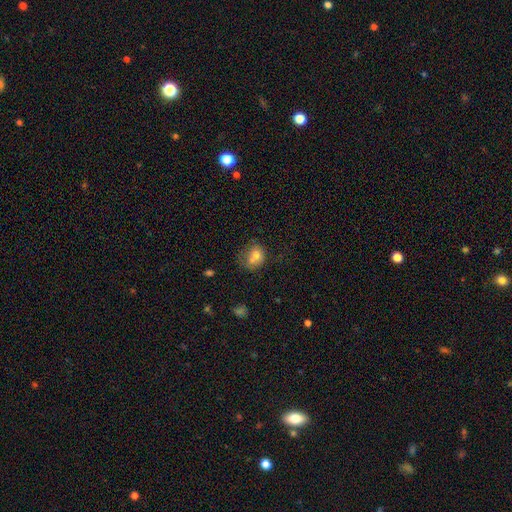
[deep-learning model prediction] smooth-or-featured: smooth: 70% | featured or disk: 19% | star or artifact: 11%
  how-rounded: round: 60% | in between: 39% | cigar-shaped: 1%
  merging: merger: 36% | none: 34% | minor disturbance: 19% | major disturbance: 11%